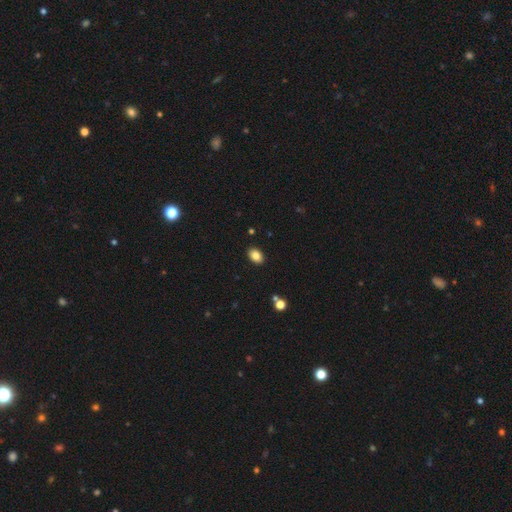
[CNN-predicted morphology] Smooth or featured? smooth (85%)
How rounded? in between (81%)
Merging? none (90%)